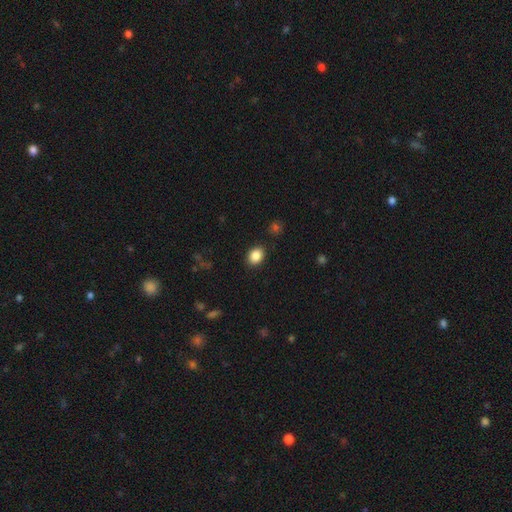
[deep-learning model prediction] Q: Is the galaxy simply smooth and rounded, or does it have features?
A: smooth — 87%.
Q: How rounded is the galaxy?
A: in between — 56%.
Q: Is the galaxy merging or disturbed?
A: none — 88%.